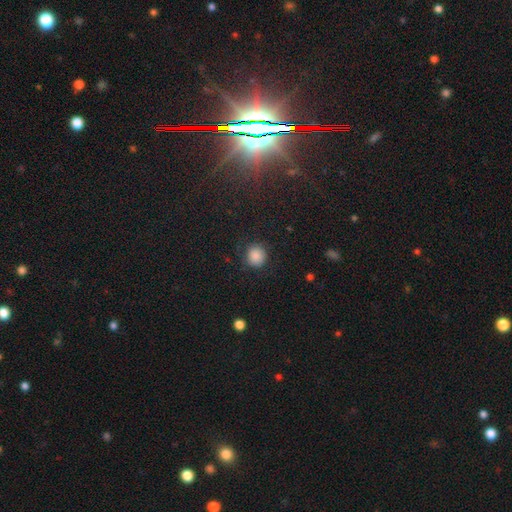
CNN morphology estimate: This is clearly a smooth galaxy (85%). How rounded: clearly round (88%). Merging: likely none (80%).